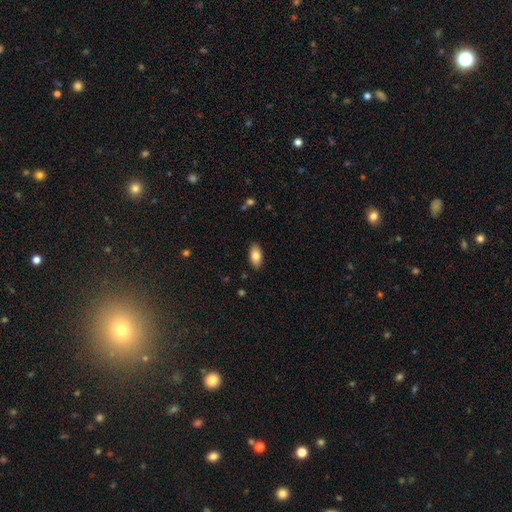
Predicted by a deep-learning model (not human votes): A smooth galaxy with no disk features (82%) that is in between round and cigar-shaped (92%). Merging: none (87%).